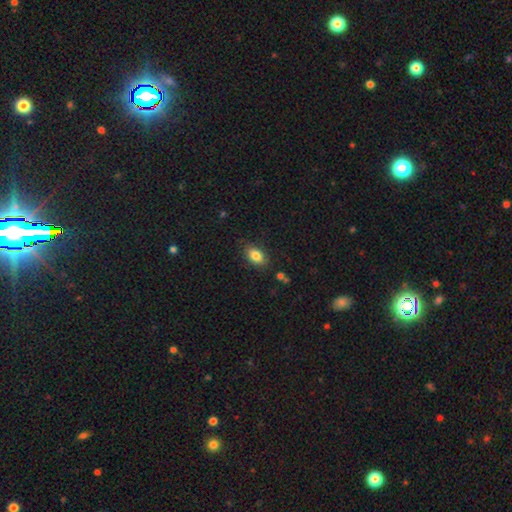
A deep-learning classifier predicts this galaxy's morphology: This is clearly a smooth galaxy (83%). How rounded: clearly in between (88%). Merging: clearly none (83%).